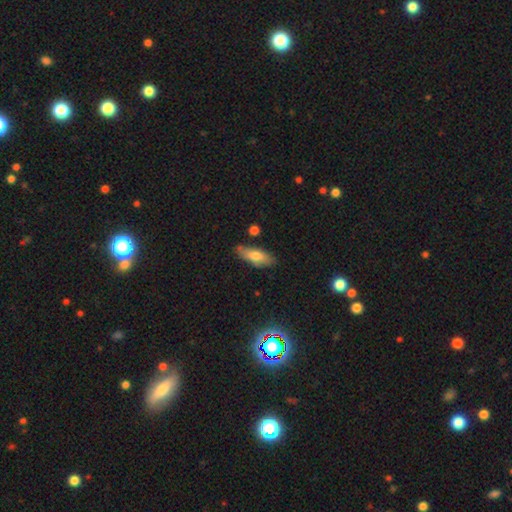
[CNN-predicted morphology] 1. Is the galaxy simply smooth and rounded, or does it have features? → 70% smooth, 23% featured or disk, 7% star or artifact.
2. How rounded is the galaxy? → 69% in between, 28% cigar-shaped, 3% round.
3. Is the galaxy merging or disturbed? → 76% none, 17% minor disturbance, 4% merger, 3% major disturbance.